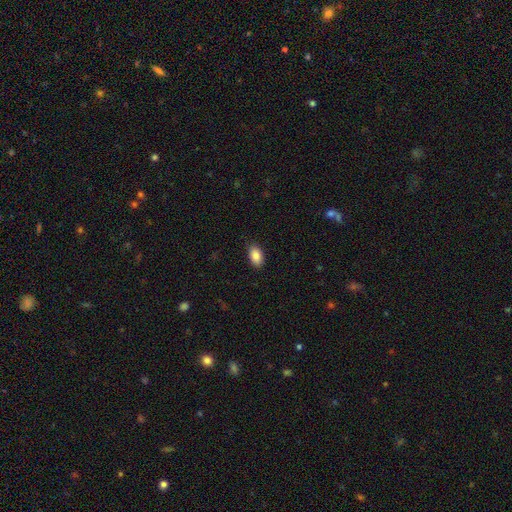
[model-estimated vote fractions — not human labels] This appears to be a smooth galaxy with no disk features (86%) that is in between round and cigar-shaped (93%). Merging: none (86%).